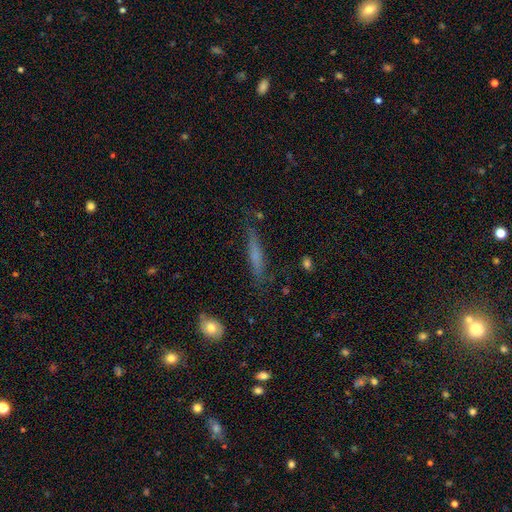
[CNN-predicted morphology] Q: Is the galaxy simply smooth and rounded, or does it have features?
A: smooth — 47%.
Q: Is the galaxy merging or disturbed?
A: none — 75%.